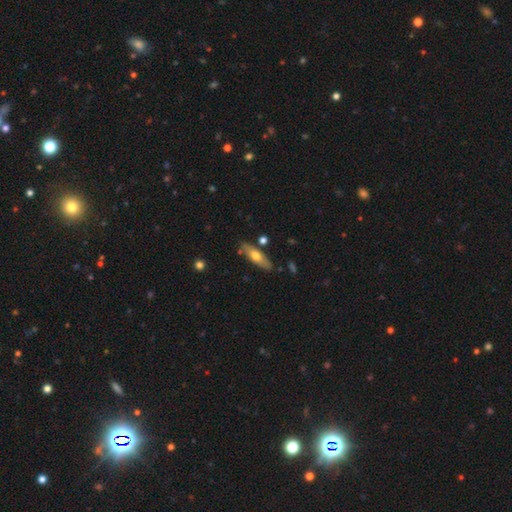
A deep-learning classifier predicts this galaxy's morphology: smooth_or_featured: smooth (p=0.59) [alt: featured or disk p=0.35]
how_rounded: in between (p=0.52) [alt: cigar-shaped p=0.45]
merging: none (p=0.82) [alt: minor disturbance p=0.12]